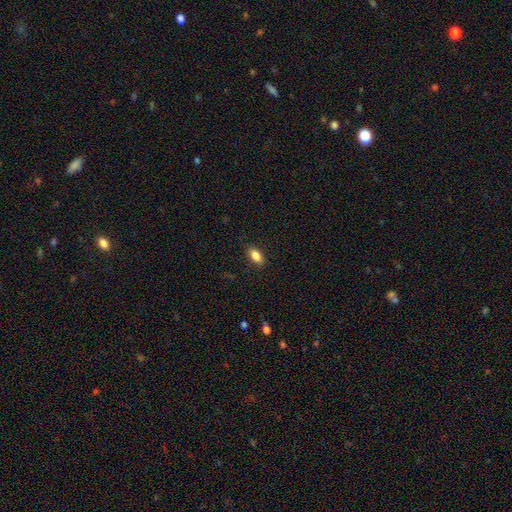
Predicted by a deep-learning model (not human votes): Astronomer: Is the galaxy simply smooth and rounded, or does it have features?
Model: smooth — 86%.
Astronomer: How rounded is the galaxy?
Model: in between — 88%.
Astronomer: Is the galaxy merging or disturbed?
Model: none — 86%.